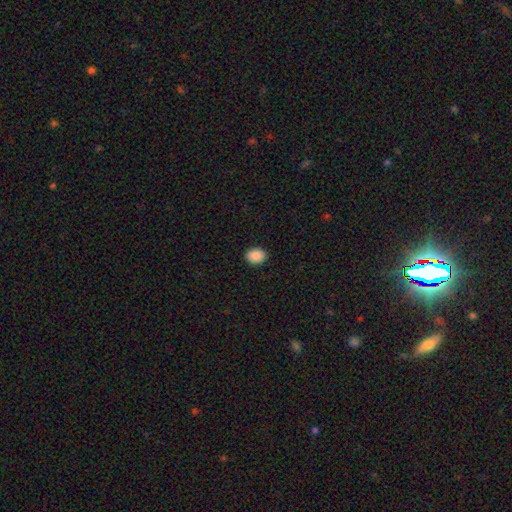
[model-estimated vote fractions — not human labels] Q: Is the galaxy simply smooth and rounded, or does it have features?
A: smooth — 90%.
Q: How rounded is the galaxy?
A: in between — 51%.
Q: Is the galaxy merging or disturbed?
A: none — 91%.